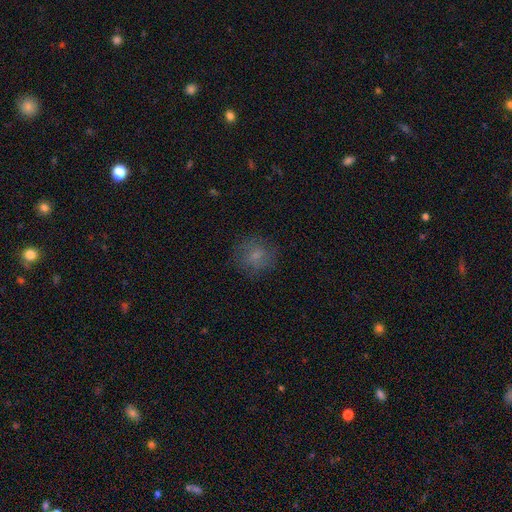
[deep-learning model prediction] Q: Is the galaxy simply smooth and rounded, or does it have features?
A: smooth — 69%.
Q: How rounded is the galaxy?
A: round — 80%.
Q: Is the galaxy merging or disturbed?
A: none — 78%.